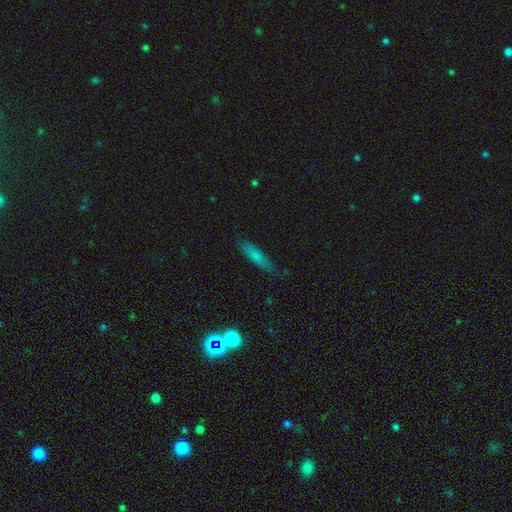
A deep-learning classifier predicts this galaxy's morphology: Smooth or featured?
  - smooth: 71% *
  - featured or disk: 21%
  - star or artifact: 8%
How rounded?
  - cigar-shaped: 76% *
  - in between: 22%
  - round: 2%
Merging?
  - none: 84% *
  - minor disturbance: 13%
  - major disturbance: 2%
  - merger: 1%